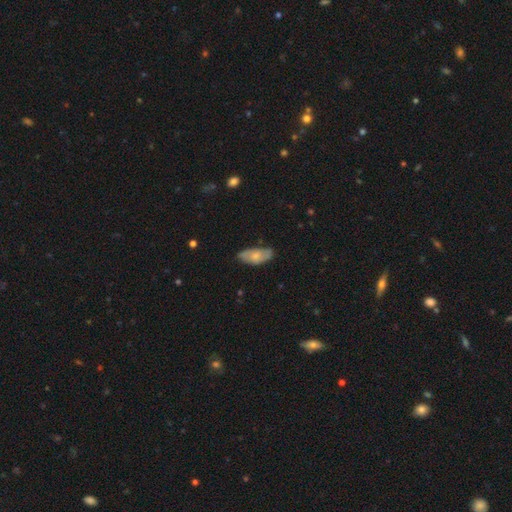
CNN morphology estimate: The model was most divided on "smooth or featured": smooth: 67%, featured or disk: 27%, star or artifact: 6%. More confident: how rounded — in between (88%); merging — none (68%).